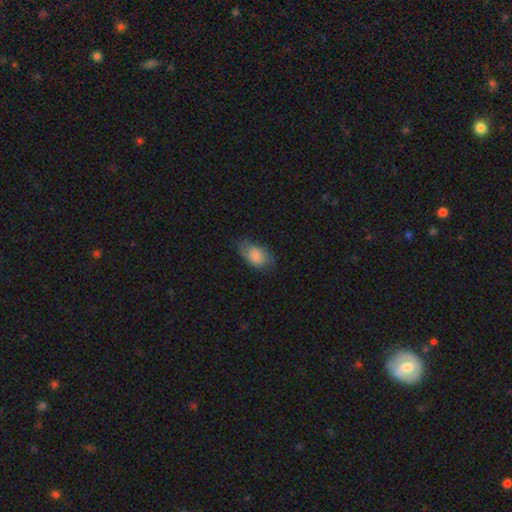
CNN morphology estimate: Smooth or featured?
  - smooth: 68% *
  - featured or disk: 24%
  - star or artifact: 8%
How rounded?
  - in between: 88% *
  - round: 10%
  - cigar-shaped: 2%
Merging?
  - none: 58% *
  - minor disturbance: 28%
  - major disturbance: 12%
  - merger: 1%